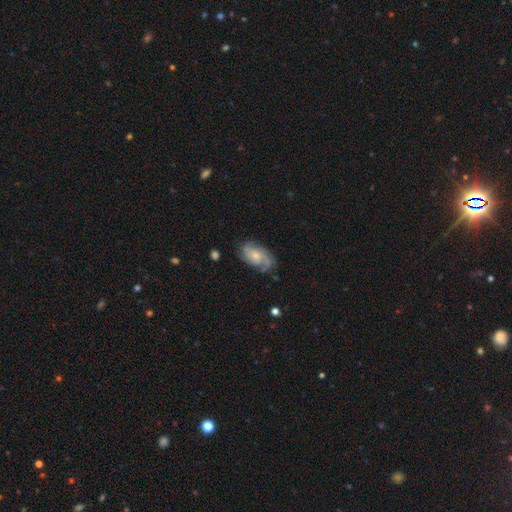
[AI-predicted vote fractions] A featured or disk galaxy (79%) with no bar (70%), 2 (32%, tied with 3) medium (44%) spiral arms (95%) and a small central bulge (53%). Merging: none (68%).